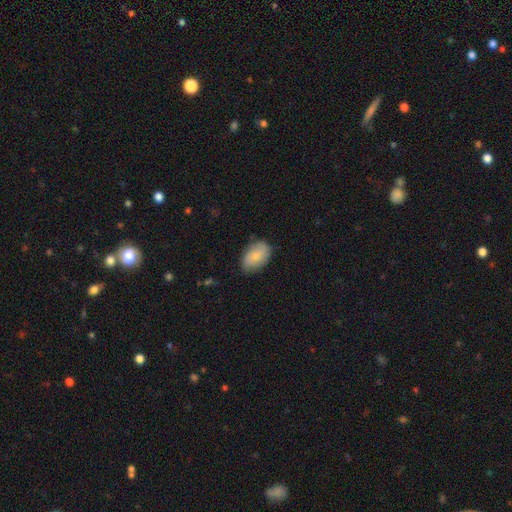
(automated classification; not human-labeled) Overall: smooth (77%). How rounded: in between (89%). Merging: none (74%).